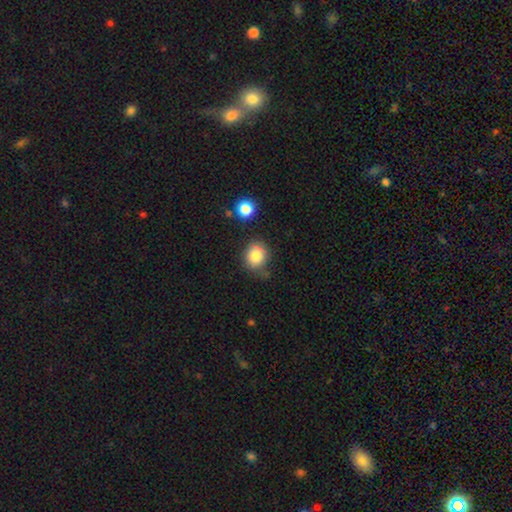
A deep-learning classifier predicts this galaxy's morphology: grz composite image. It shows a smooth galaxy with no disk features (82%) that is round (78%). Merging: none (69%).